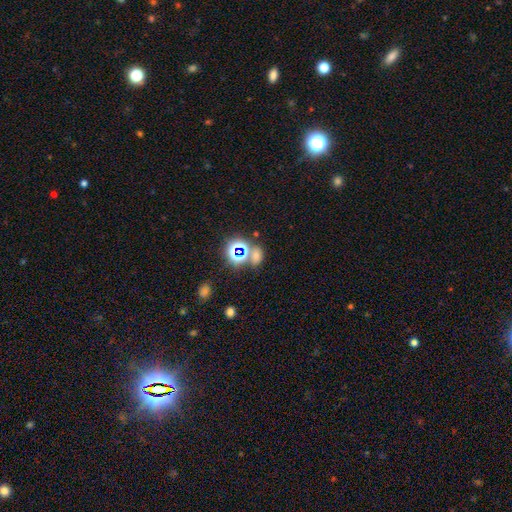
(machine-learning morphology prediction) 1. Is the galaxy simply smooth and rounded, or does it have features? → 47% smooth, 45% star or artifact, 8% featured or disk.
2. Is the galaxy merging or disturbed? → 61% none, 22% merger, 11% minor disturbance, 6% major disturbance.